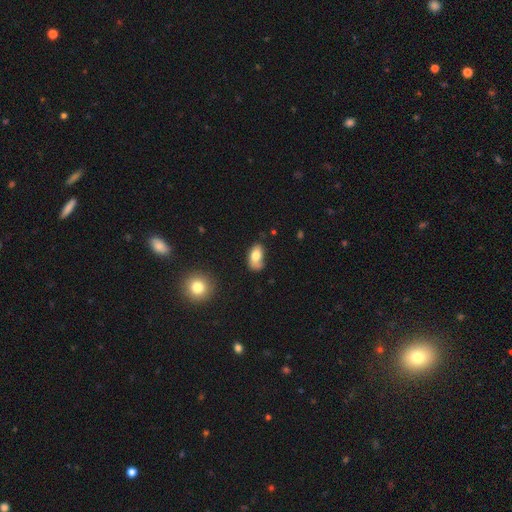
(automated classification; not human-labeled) Q: Smooth or featured?
A: smooth (74%); runner-up: featured or disk (18%)
Q: How rounded?
A: in between (91%); runner-up: round (7%)
Q: Merging?
A: none (49%); runner-up: minor disturbance (31%)